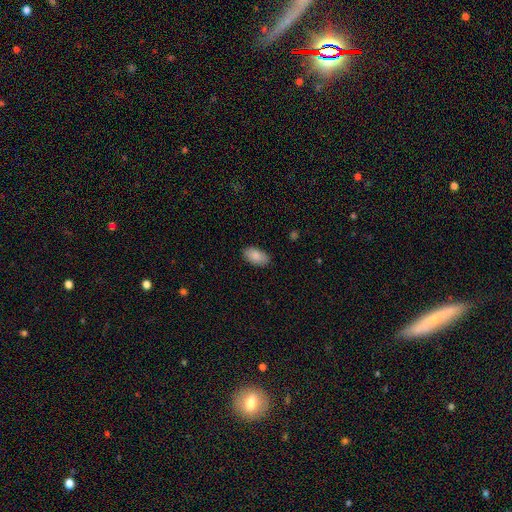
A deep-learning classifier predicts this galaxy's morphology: Smooth or featured?
  - smooth: 86% *
  - featured or disk: 7%
  - star or artifact: 6%
How rounded?
  - in between: 95% *
  - round: 3%
  - cigar-shaped: 2%
Merging?
  - none: 87% *
  - minor disturbance: 10%
  - major disturbance: 2%
  - merger: 1%